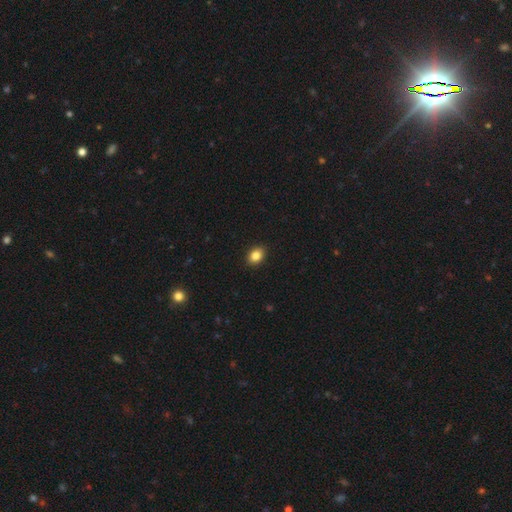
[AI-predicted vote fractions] Smooth or featured?
  - smooth: 85% *
  - star or artifact: 9%
  - featured or disk: 5%
How rounded?
  - in between: 64% *
  - round: 35%
  - cigar-shaped: 1%
Merging?
  - none: 90% *
  - minor disturbance: 7%
  - major disturbance: 2%
  - merger: 1%